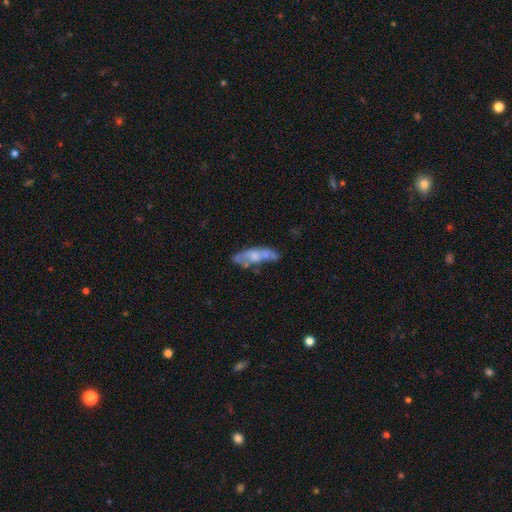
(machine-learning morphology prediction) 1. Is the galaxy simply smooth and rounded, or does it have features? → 51% featured or disk, 42% smooth, 7% star or artifact.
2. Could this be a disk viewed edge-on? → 72% no, 28% yes.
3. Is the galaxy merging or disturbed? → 49% none, 25% minor disturbance, 14% merger, 12% major disturbance.